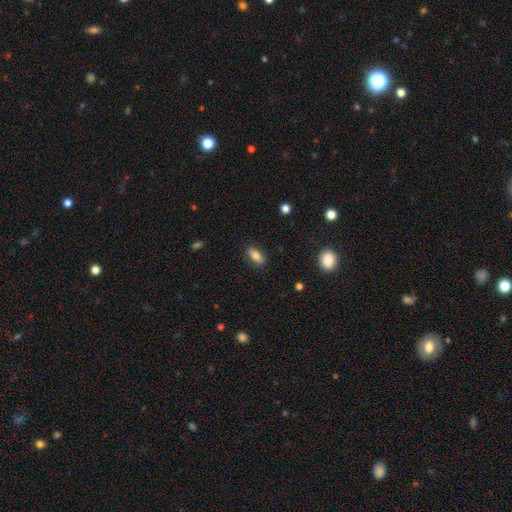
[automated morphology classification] Smooth or featured? smooth (80%)
How rounded? in between (81%)
Merging? none (86%)